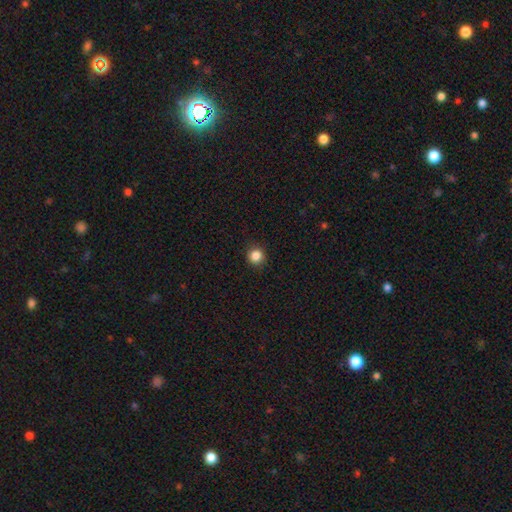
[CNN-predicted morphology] Smooth or featured: smooth — 85% (star or artifact — 11%)
How rounded: round — 92% (in between — 7%)
Merging: none — 89% (minor disturbance — 8%)